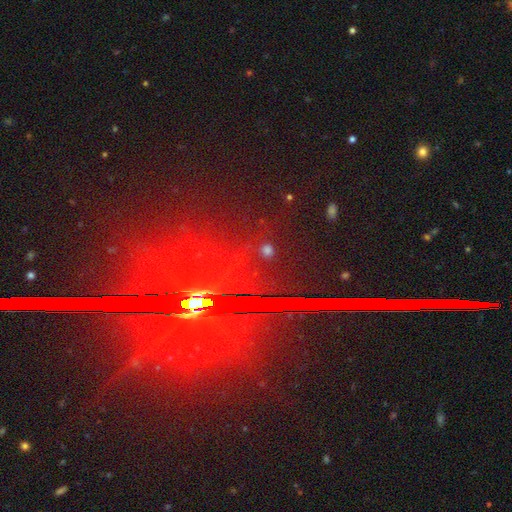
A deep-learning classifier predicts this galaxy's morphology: A star or artifact, not a galaxy (70%).

Vote fractions:
- Smooth or featured? star or artifact: 70% / featured or disk: 22% / smooth: 7%